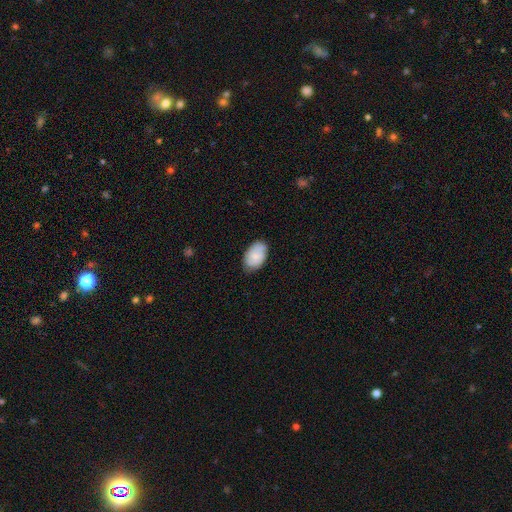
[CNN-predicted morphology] Smooth or featured?
  - smooth: 71% *
  - featured or disk: 22%
  - star or artifact: 7%
How rounded?
  - in between: 91% *
  - round: 8%
  - cigar-shaped: 1%
Merging?
  - none: 76% *
  - minor disturbance: 19%
  - major disturbance: 3%
  - merger: 1%